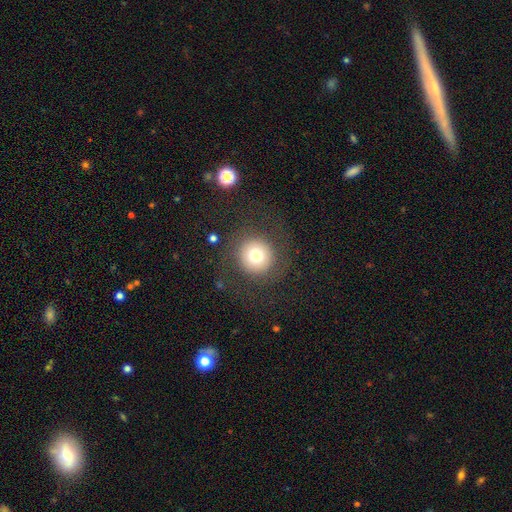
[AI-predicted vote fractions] Morphology: type=smooth (73%); roundness=round (95%); merging=none (82%).